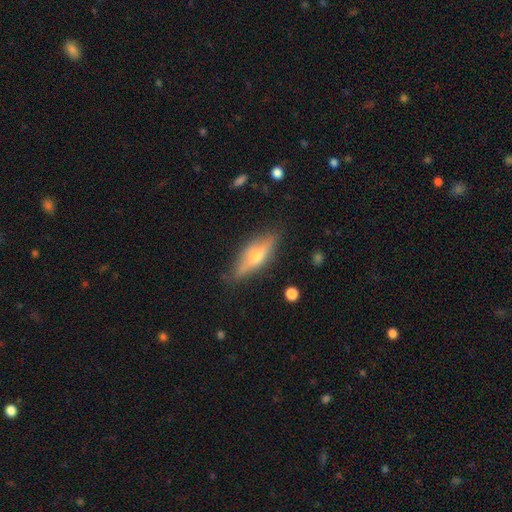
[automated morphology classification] Smooth or featured: featured or disk — 59% (smooth — 35%)
Edge-on disk: yes — 89% (no — 11%)
Edge-on bulge: rounded — 92% (boxy — 5%)
Merging: none — 82% (minor disturbance — 14%)